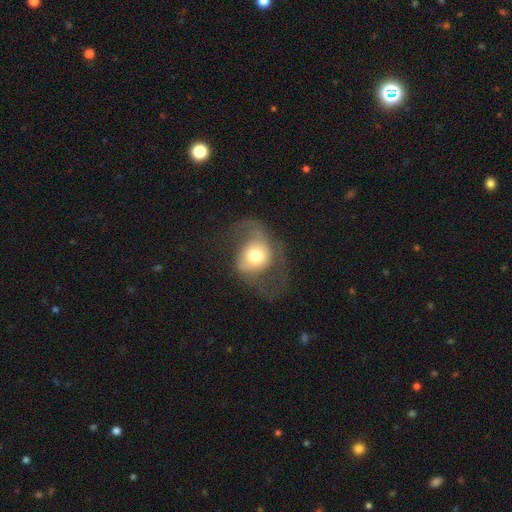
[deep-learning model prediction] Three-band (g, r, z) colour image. It shows a featured or disk galaxy (48%). Merging: major disturbance (46%).